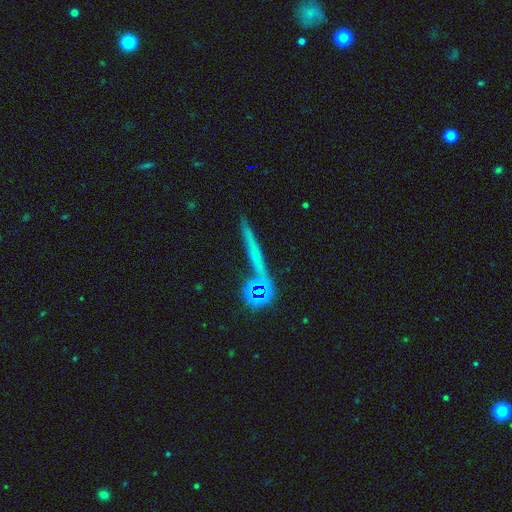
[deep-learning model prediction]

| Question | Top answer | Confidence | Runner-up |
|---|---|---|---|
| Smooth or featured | smooth | 37% | featured or disk (36%) |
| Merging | none | 69% | merger (14%) |